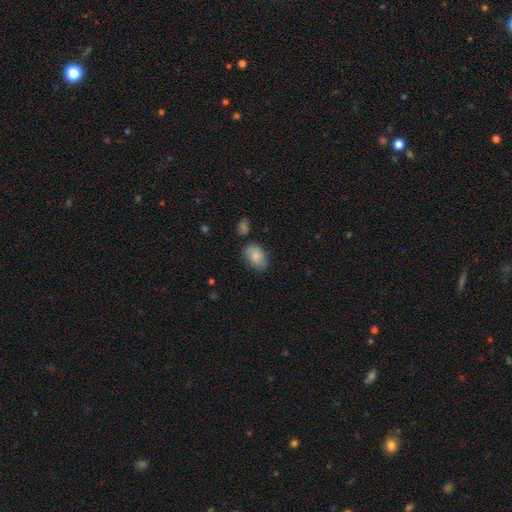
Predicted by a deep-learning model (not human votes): Smooth or featured?
  - smooth: 81% *
  - featured or disk: 11%
  - star or artifact: 7%
How rounded?
  - in between: 87% *
  - round: 12%
  - cigar-shaped: 1%
Merging?
  - none: 67% *
  - minor disturbance: 24%
  - major disturbance: 5%
  - merger: 4%